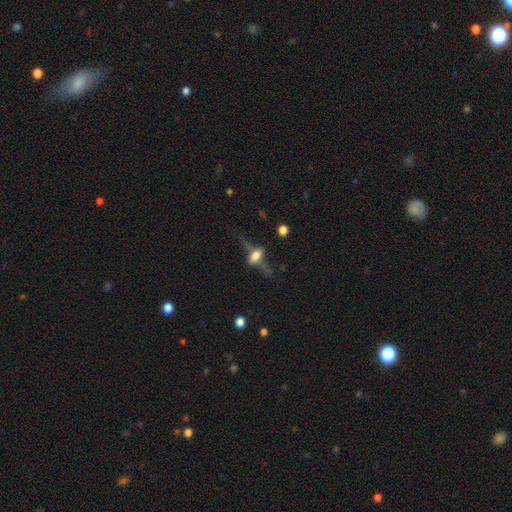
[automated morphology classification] This appears to be a featured or disk galaxy (53%) viewed edge-on (77%). Merging: none (53%).